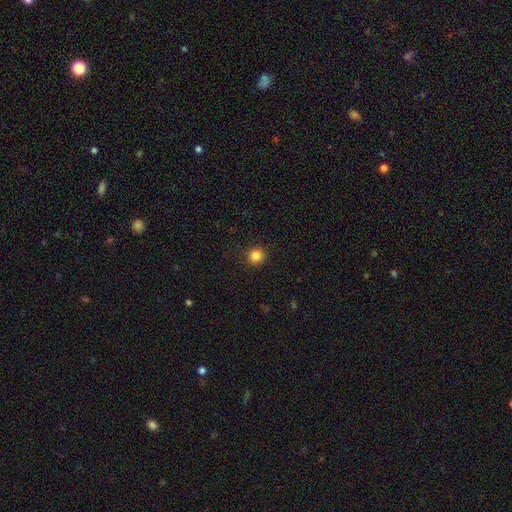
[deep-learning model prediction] A smooth galaxy with no disk features (85%) that is round (93%). Merging: none (91%).